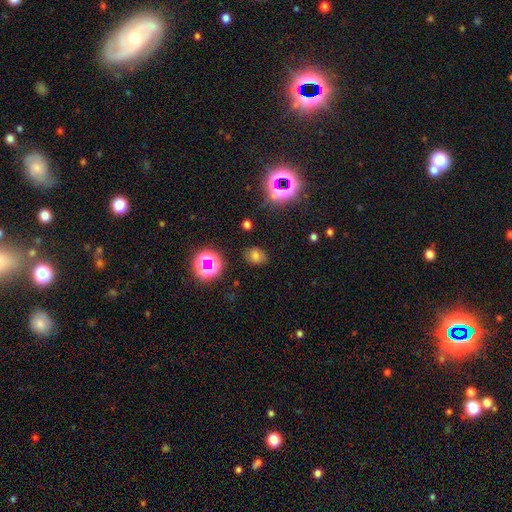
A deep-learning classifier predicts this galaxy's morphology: Overall: smooth (66%). How rounded: in between (57%; round 42%). Merging: none (79%).